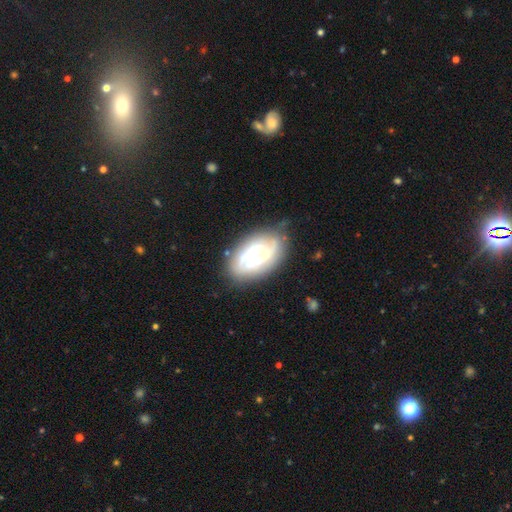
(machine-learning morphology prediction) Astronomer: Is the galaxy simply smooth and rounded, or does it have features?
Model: featured or disk — 67%.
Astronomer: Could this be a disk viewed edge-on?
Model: no — 95%.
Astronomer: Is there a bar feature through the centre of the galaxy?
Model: no — 80%.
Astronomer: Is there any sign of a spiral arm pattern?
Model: yes — 67%.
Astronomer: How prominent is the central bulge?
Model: moderate — 48% (runner-up: small, 39%).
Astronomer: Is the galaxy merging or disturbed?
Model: none — 63%.